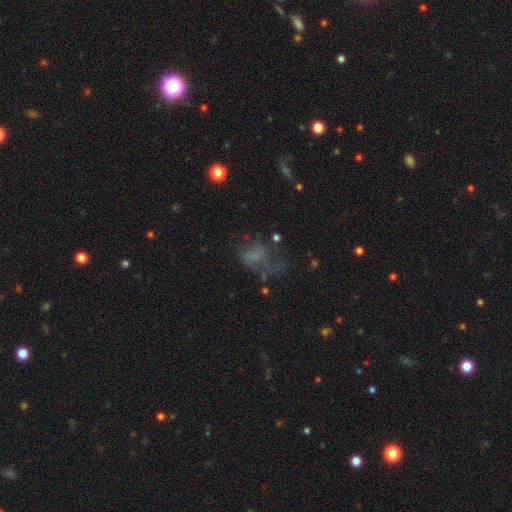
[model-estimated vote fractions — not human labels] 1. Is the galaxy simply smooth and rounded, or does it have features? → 44% smooth, 34% featured or disk, 22% star or artifact.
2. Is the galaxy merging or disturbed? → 42% major disturbance, 32% none, 20% minor disturbance, 6% merger.